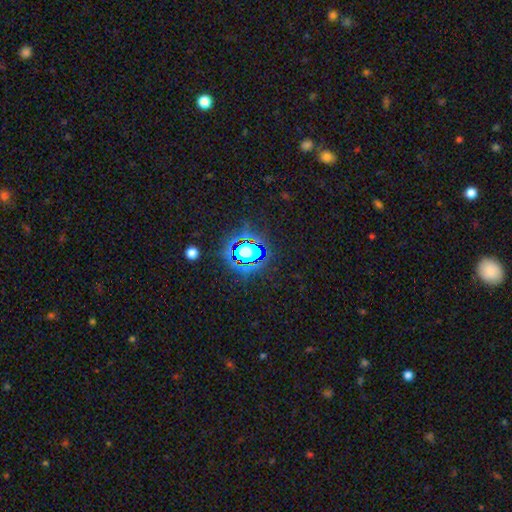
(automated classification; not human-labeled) Smooth or featured? star or artifact (80%)